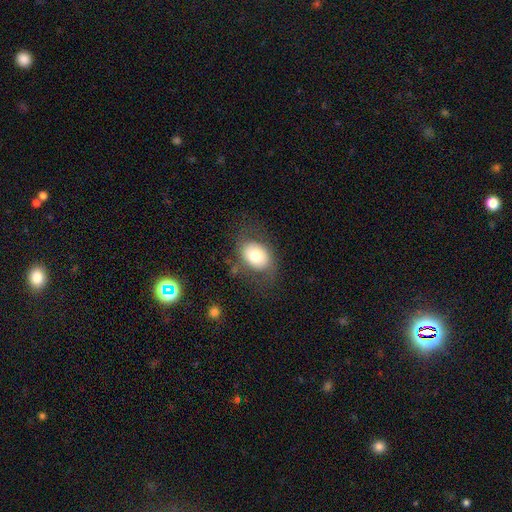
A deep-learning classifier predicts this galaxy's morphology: A smooth galaxy with no disk features (67%) that is in between round and cigar-shaped (71%). Merging: none (68%).